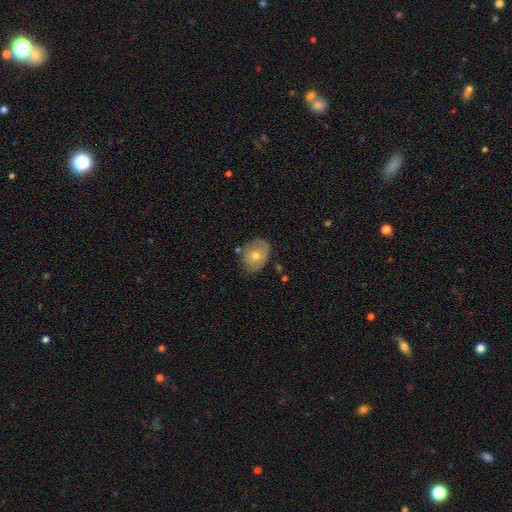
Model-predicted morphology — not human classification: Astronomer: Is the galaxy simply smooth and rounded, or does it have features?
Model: smooth — 53% (runner-up: featured or disk, 38%).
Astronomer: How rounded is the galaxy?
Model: in between — 60% (runner-up: round, 39%).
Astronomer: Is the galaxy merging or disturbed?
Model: none — 69%.